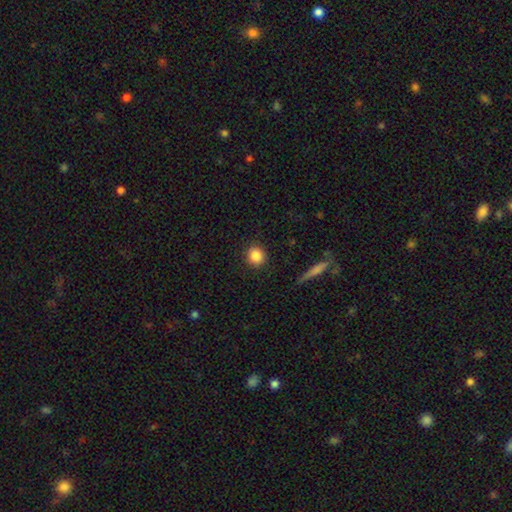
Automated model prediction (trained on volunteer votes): Smooth or featured?
  - smooth: 86% *
  - star or artifact: 9%
  - featured or disk: 5%
How rounded?
  - round: 87% *
  - in between: 11%
  - cigar-shaped: 2%
Merging?
  - none: 90% *
  - minor disturbance: 6%
  - major disturbance: 2%
  - merger: 1%